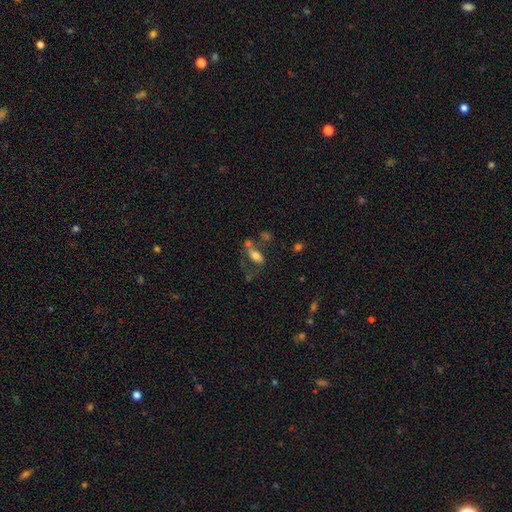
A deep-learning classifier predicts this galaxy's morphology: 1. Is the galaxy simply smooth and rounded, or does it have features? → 61% smooth, 28% featured or disk, 11% star or artifact.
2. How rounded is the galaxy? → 80% in between, 12% cigar-shaped, 7% round.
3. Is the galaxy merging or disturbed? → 34% none, 27% merger, 21% major disturbance, 18% minor disturbance.